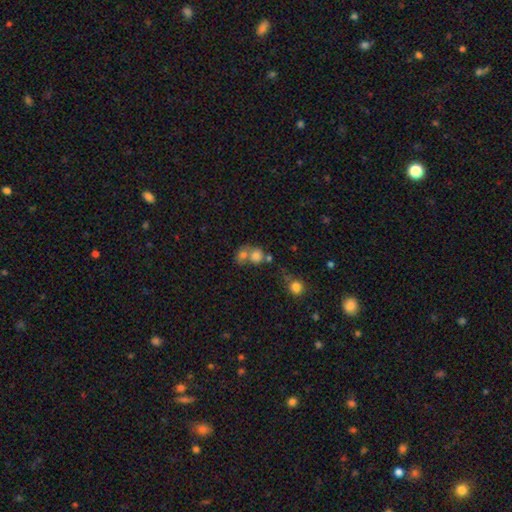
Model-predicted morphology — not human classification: This is likely a smooth galaxy (73%). How rounded: likely round (74%). Merging: possibly merger (55%).